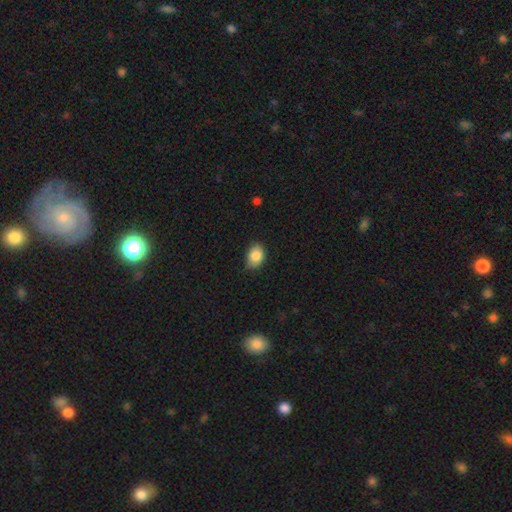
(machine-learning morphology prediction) This is clearly a smooth galaxy (86%). How rounded: likely in between (75%). Merging: likely none (75%).